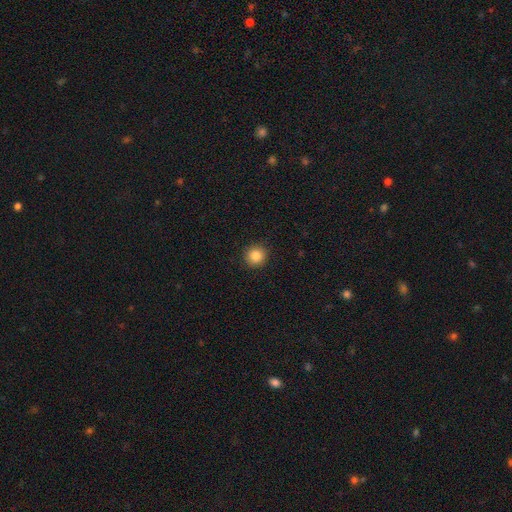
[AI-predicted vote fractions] Overall: smooth (85%). How rounded: round (93%). Merging: none (92%).